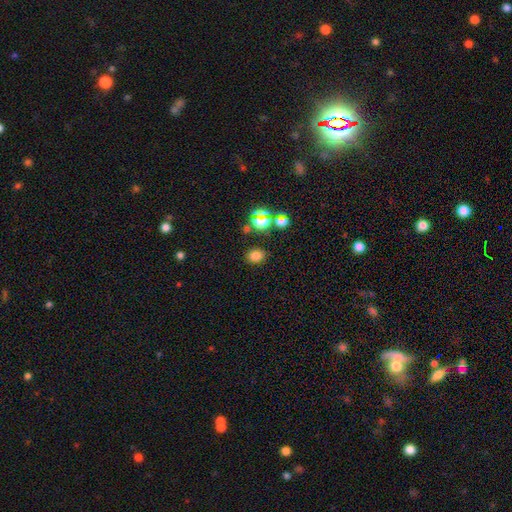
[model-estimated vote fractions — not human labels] A smooth galaxy with no disk features (73%) that is round (52%).

Vote fractions:
- Smooth or featured? smooth: 73% / star or artifact: 21% / featured or disk: 6%
- How rounded? round: 52% / in between: 47% / cigar-shaped: 1%
- Merging? none: 83% / minor disturbance: 9% / merger: 5% / major disturbance: 3%